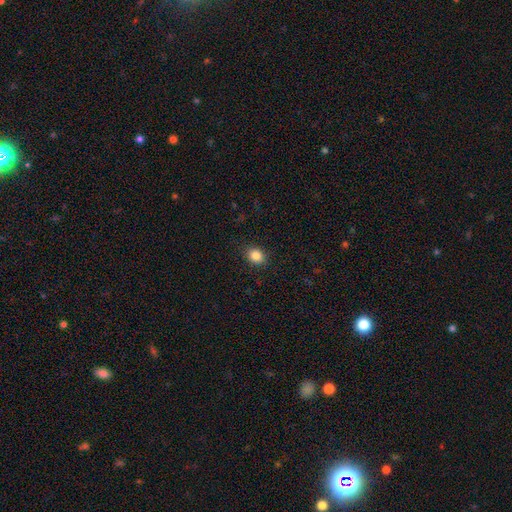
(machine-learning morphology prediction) A smooth galaxy with no disk features (86%) that is round (53%). Merging: none (88%).